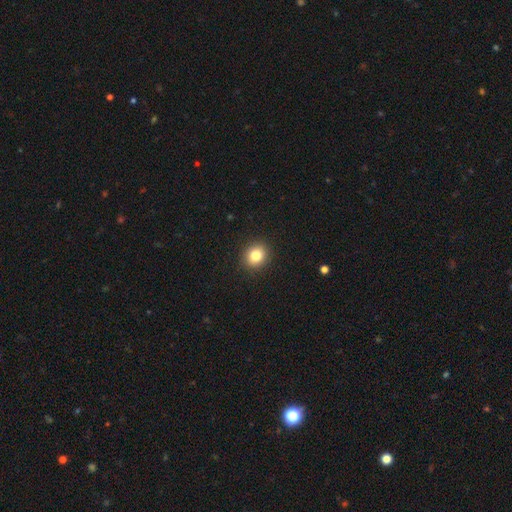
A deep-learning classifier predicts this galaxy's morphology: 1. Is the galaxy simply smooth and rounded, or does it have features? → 82% smooth, 11% star or artifact, 7% featured or disk.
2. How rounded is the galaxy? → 72% round, 27% in between, 1% cigar-shaped.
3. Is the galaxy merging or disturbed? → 91% none, 6% minor disturbance, 2% major disturbance, 1% merger.